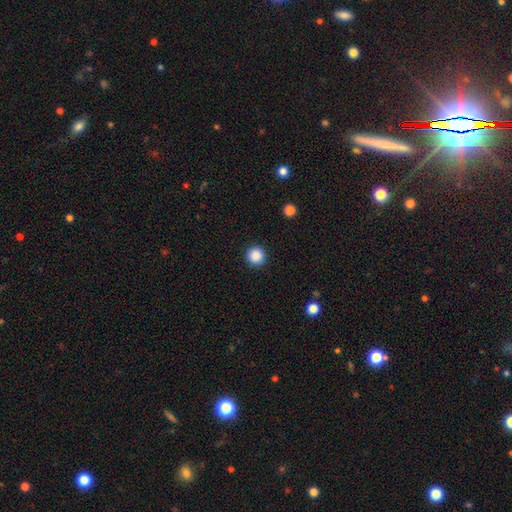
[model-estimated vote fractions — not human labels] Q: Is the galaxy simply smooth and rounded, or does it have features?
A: smooth — 88%.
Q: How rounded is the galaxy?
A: round — 96%.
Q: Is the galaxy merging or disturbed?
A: none — 92%.